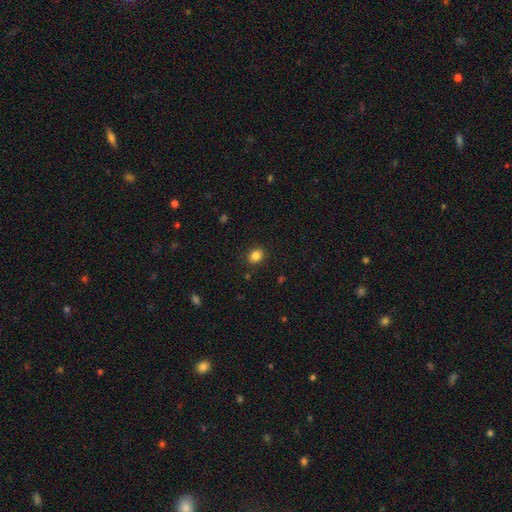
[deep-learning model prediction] Smooth or featured?
  - smooth: 85% *
  - star or artifact: 11%
  - featured or disk: 4%
How rounded?
  - round: 57% *
  - in between: 42%
  - cigar-shaped: 1%
Merging?
  - none: 89% *
  - minor disturbance: 8%
  - major disturbance: 2%
  - merger: 1%